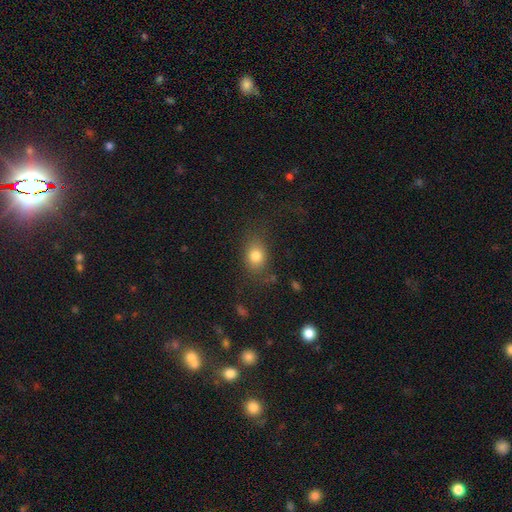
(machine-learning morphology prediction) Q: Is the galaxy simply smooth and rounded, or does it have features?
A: smooth — 79%.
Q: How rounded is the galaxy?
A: in between — 60%.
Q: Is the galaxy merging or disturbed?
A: none — 72%.